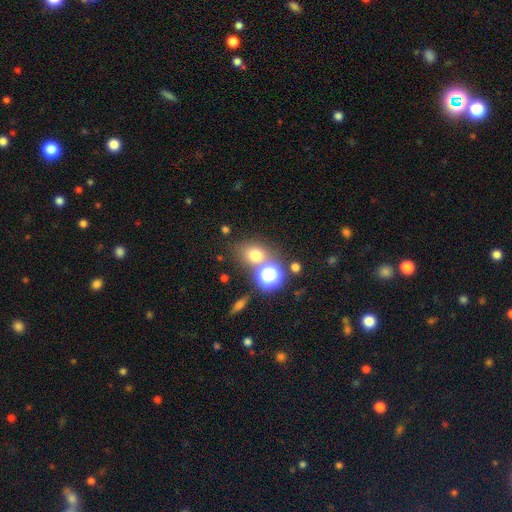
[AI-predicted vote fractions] Smooth or featured? smooth (67%)
How rounded? round (62%)
Merging? none (64%)